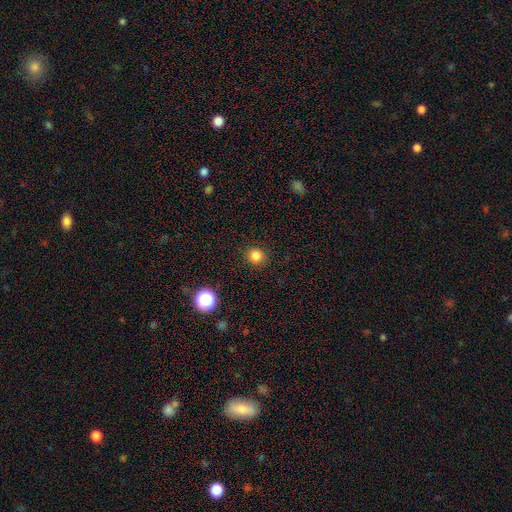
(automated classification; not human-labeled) This appears to be a smooth galaxy with no disk features (83%) that is round (90%). Merging: none (90%).